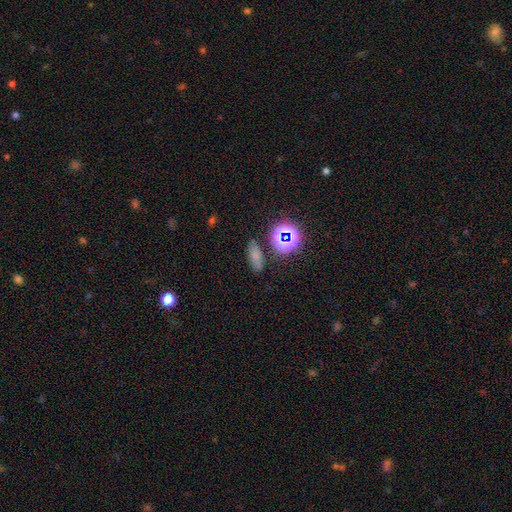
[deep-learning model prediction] smooth_or_featured: smooth (p=0.65) [alt: star or artifact p=0.24]
how_rounded: in between (p=0.67) [alt: cigar-shaped p=0.22]
merging: none (p=0.79) [alt: minor disturbance p=0.13]